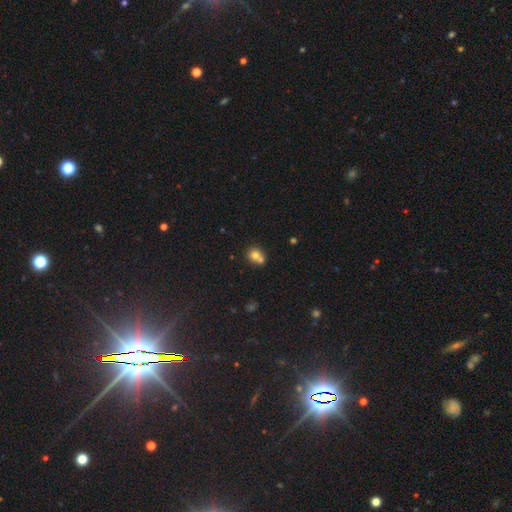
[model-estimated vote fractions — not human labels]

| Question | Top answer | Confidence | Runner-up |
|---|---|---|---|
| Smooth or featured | smooth | 73% | featured or disk (15%) |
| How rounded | round | 73% | in between (27%) |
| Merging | merger | 52% | none (37%) |